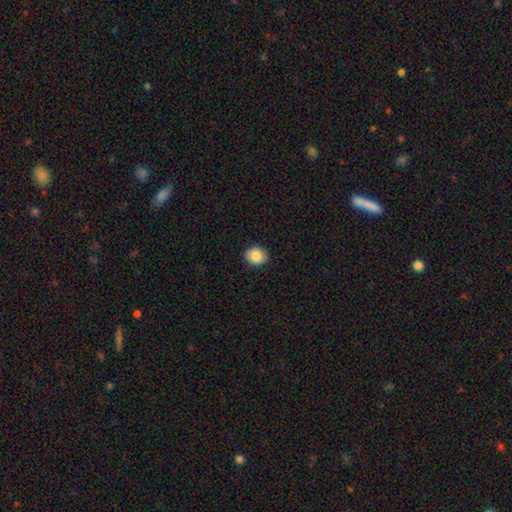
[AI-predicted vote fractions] smooth 87%, star or artifact 8%, featured or disk 5%. Down the decision tree: how rounded — round (59%); merging — none (89%).